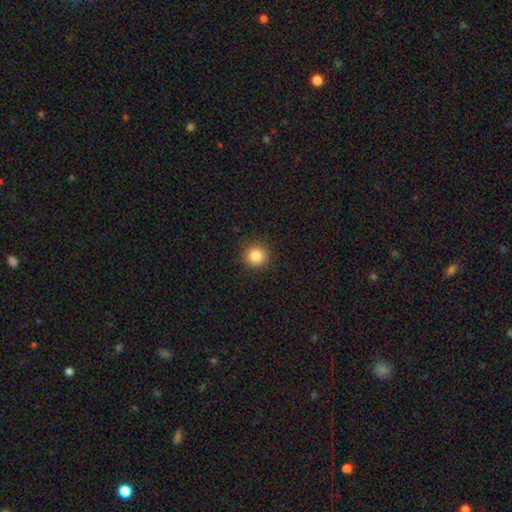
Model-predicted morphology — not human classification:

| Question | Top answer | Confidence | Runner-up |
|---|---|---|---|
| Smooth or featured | smooth | 85% | star or artifact (10%) |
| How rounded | round | 94% | in between (5%) |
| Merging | none | 91% | minor disturbance (6%) |